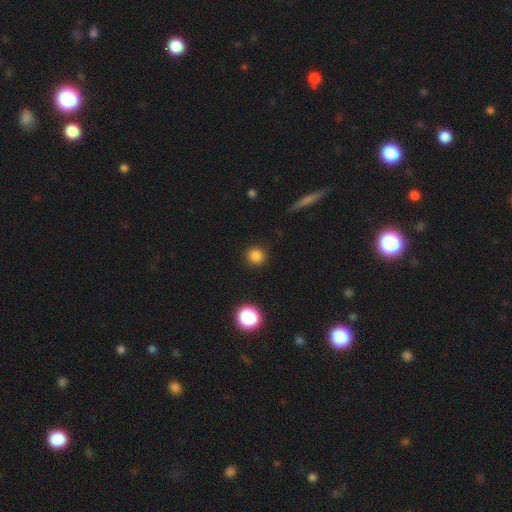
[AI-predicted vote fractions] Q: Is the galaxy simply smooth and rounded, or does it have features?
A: smooth — 82%.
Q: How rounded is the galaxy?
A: round — 93%.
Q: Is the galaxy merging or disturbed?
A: none — 91%.